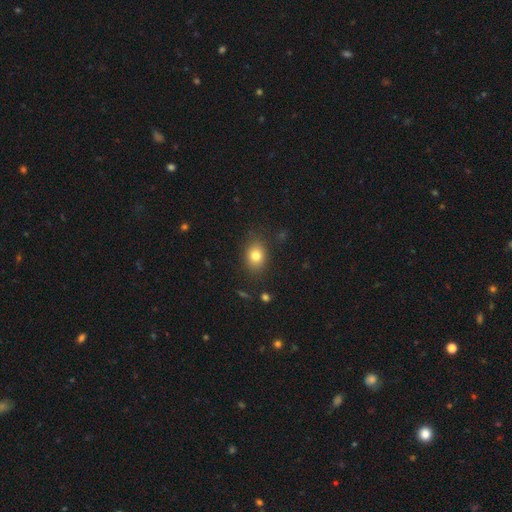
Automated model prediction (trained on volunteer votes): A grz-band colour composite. It shows a smooth galaxy with no disk features (80%) that is in between round and cigar-shaped (60%). Merging: none (83%).